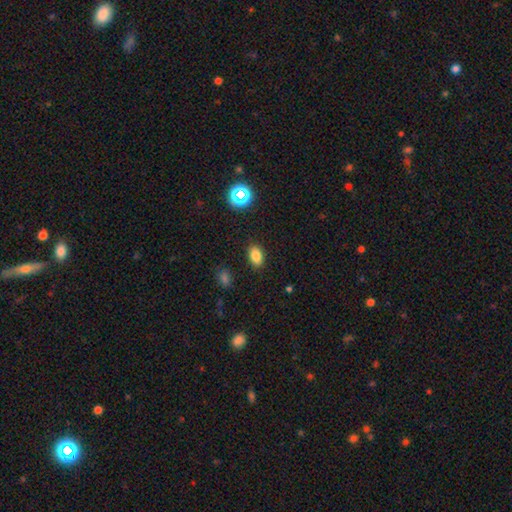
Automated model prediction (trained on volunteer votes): Morphology: type=smooth (81%); roundness=in between (87%); merging=none (87%).